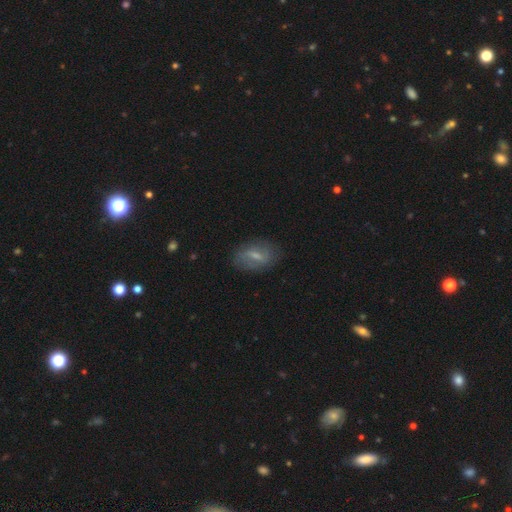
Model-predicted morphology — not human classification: Smooth or featured: featured or disk — 50% (smooth — 42%)
Edge-on disk: no — 91% (yes — 9%)
Merging: none — 77% (minor disturbance — 17%)